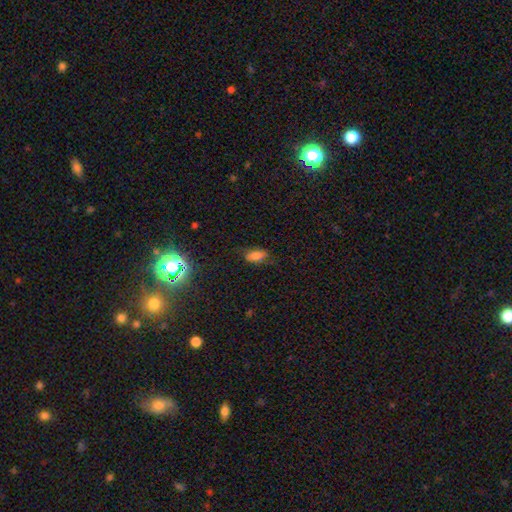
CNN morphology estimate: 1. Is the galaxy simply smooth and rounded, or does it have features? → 72% smooth, 14% featured or disk, 14% star or artifact.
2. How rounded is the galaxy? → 88% in between, 6% cigar-shaped, 5% round.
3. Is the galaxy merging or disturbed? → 62% none, 26% minor disturbance, 10% major disturbance, 2% merger.